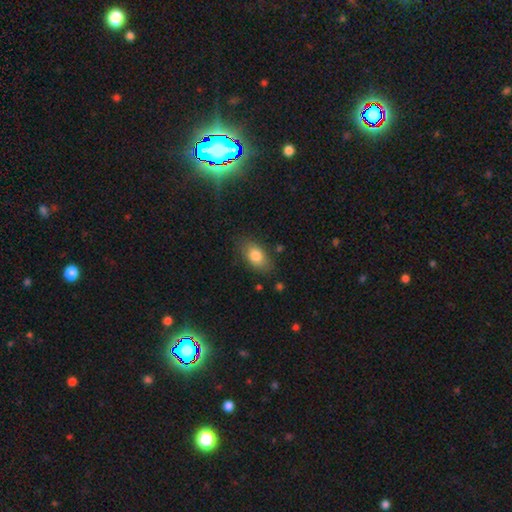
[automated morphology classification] smooth_or_featured: smooth (p=0.81) [alt: featured or disk p=0.11]
how_rounded: in between (p=0.88) [alt: round p=0.08]
merging: none (p=0.79) [alt: minor disturbance p=0.15]